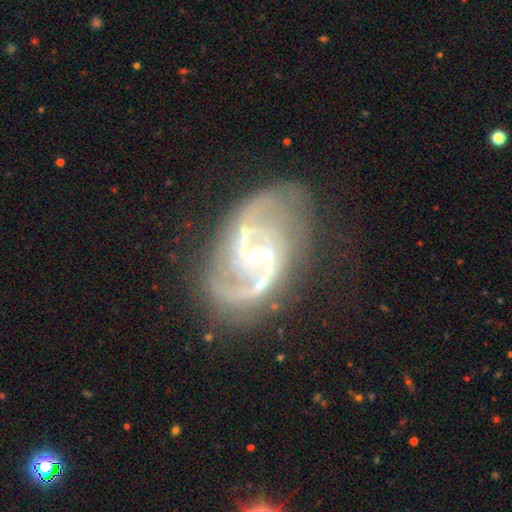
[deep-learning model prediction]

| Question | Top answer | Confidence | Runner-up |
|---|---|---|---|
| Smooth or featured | featured or disk | 91% | star or artifact (6%) |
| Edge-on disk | no | 98% | yes (2%) |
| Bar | no | 47% | weak (39%) |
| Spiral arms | yes | 97% | no (3%) |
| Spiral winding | medium | 56% | tight (22%) |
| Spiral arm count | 2 | 84% | 3 (5%) |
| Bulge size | small | 61% | moderate (35%) |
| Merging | none | 64% | minor disturbance (19%) |